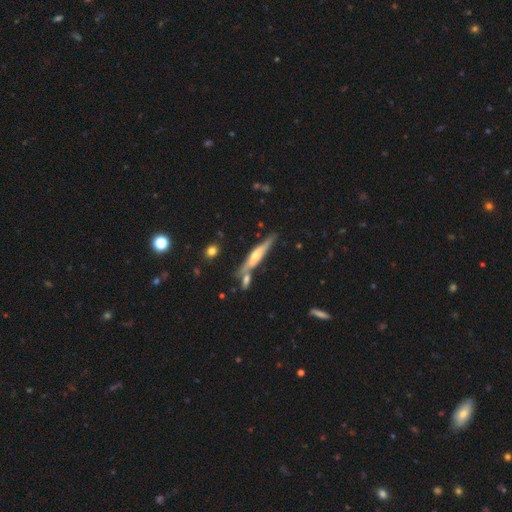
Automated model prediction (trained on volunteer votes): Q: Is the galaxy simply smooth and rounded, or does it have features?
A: featured or disk — 64%.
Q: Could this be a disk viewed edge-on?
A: yes — 94%.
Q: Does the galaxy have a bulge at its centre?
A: rounded — 78%.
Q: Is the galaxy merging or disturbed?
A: none — 69%.